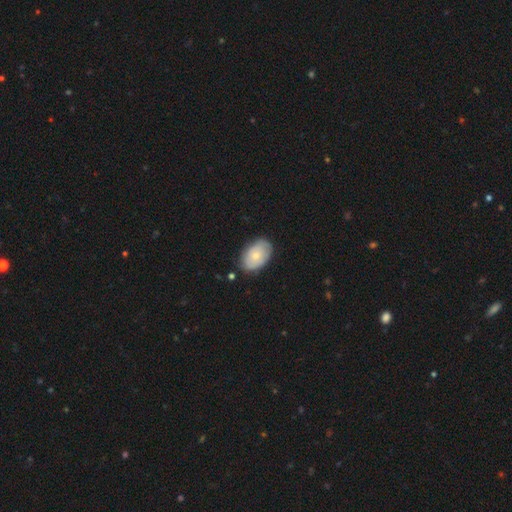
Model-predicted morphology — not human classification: Smooth or featured? smooth (65%)
How rounded? in between (88%)
Merging? none (79%)